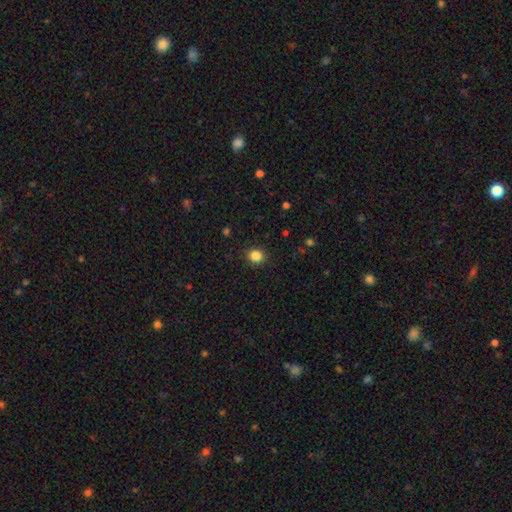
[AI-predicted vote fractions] This appears to be a smooth galaxy with no disk features (85%) that is round (83%). Merging: none (90%).